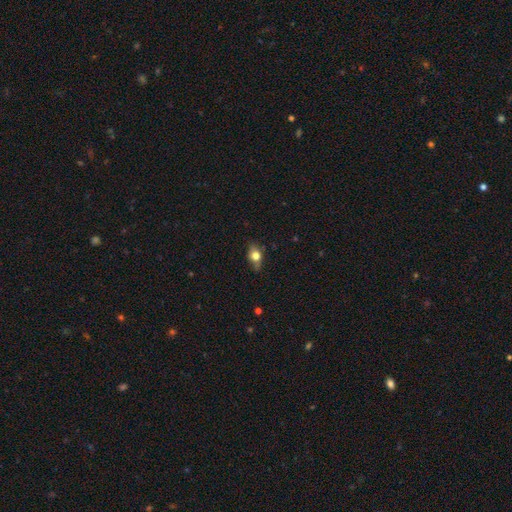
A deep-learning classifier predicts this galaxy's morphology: Overall: smooth (65%). How rounded: in between (71%). Merging: none (72%).